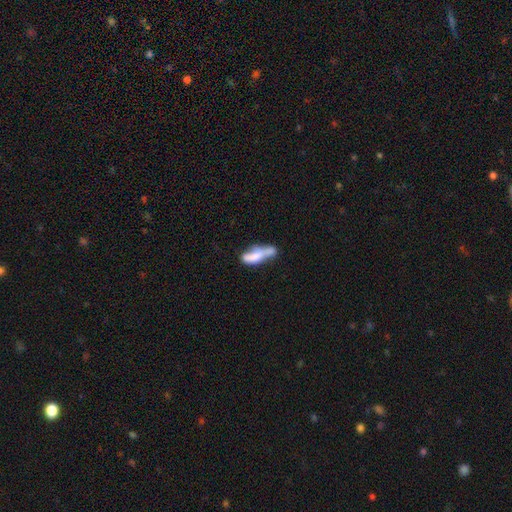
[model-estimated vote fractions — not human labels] smooth 60%, featured or disk 32%, star or artifact 8%. Down the decision tree: how rounded — in between (51%); merging — merger (36%).